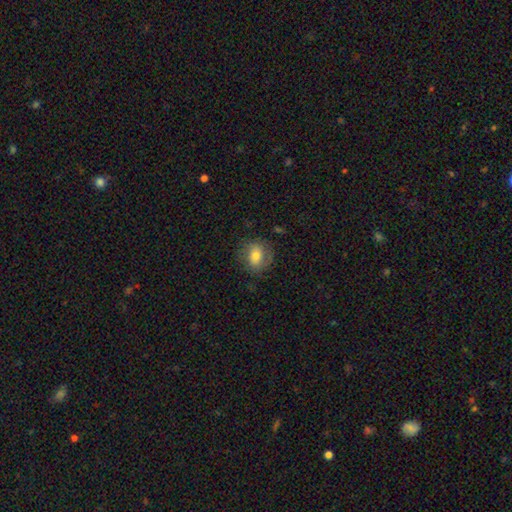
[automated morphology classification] A smooth galaxy with no disk features (69%) that is round (55%). Merging: none (75%).